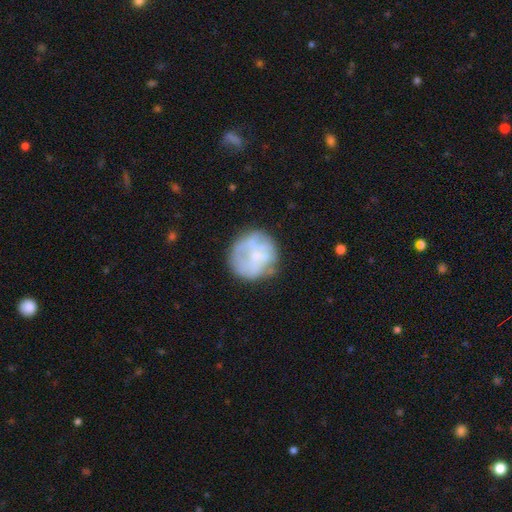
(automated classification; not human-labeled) Smooth or featured? featured or disk (47%)
Merging? none (64%)